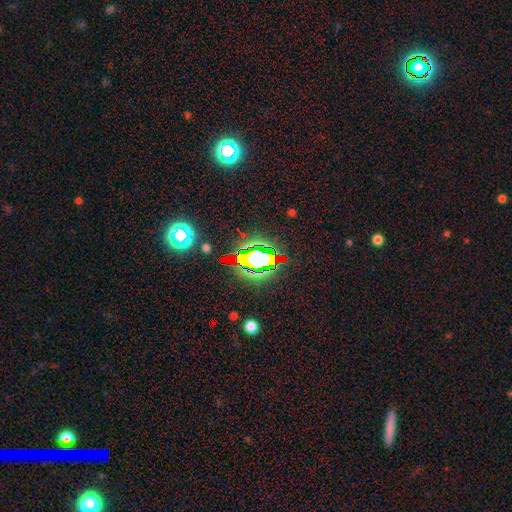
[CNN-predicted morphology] smooth-or-featured: star or artifact: 76% | smooth: 15% | featured or disk: 10%